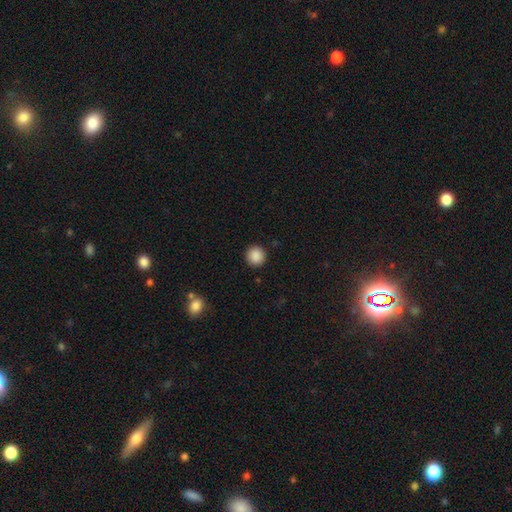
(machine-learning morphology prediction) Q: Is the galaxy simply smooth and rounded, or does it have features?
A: smooth — 88%.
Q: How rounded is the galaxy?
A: round — 94%.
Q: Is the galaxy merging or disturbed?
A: none — 92%.